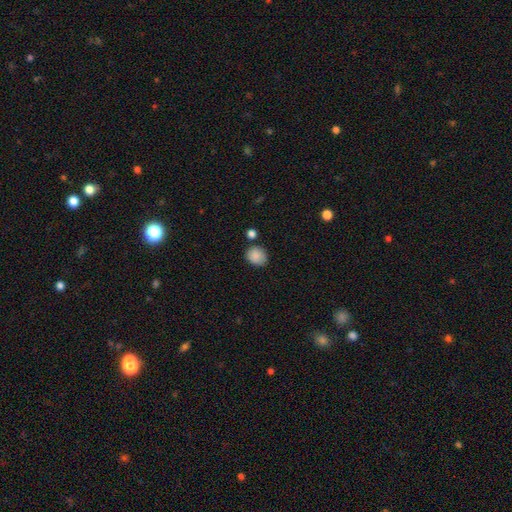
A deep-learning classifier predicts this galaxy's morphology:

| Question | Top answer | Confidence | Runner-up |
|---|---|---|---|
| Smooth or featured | smooth | 87% | star or artifact (8%) |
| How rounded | round | 61% | in between (38%) |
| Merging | none | 74% | minor disturbance (15%) |